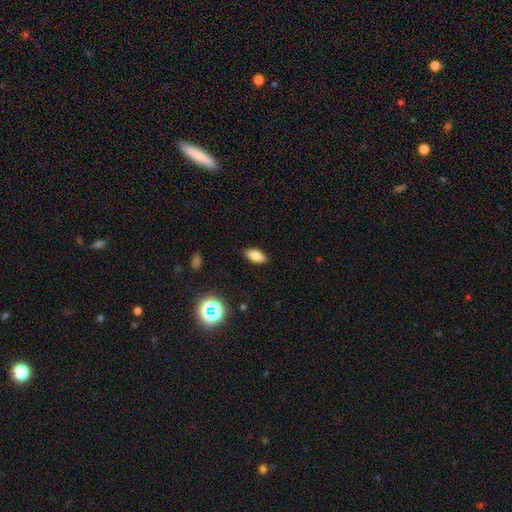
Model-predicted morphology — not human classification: The model was most divided on "smooth or featured": smooth: 77%, featured or disk: 13%, star or artifact: 11%. More confident: merging — none (88%); how rounded — in between (84%).